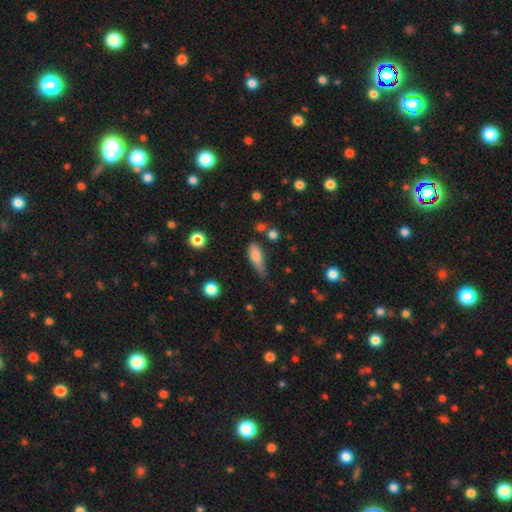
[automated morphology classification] type=smooth (78%); roundness=in between (63%); merging=minor disturbance (41%).